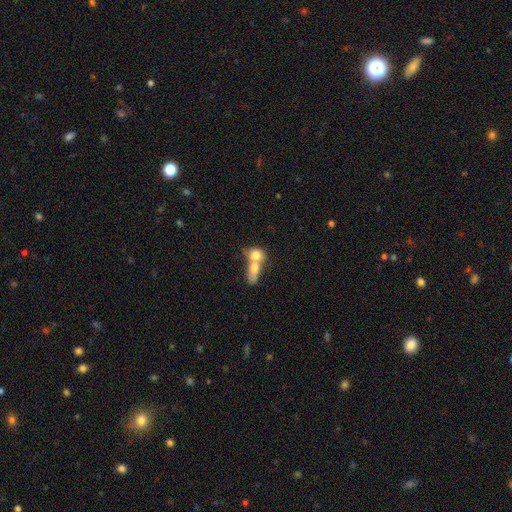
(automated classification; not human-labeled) Morphology: type=smooth (72%); roundness=in between (54%); merging=merger (77%).